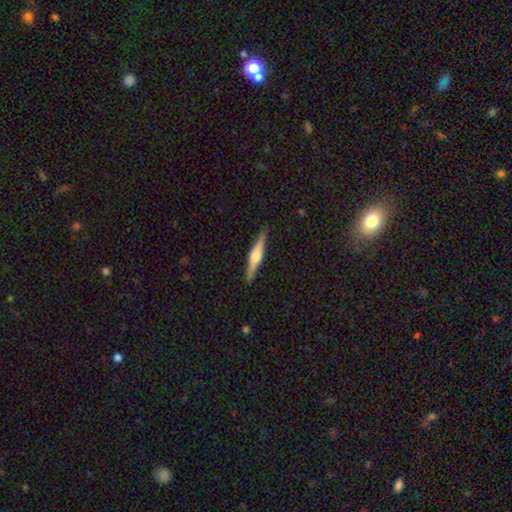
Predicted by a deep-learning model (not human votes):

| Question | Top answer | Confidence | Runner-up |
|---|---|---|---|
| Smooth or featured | featured or disk | 67% | smooth (27%) |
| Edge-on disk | yes | 98% | no (2%) |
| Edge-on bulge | rounded | 81% | boxy (14%) |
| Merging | none | 90% | minor disturbance (7%) |